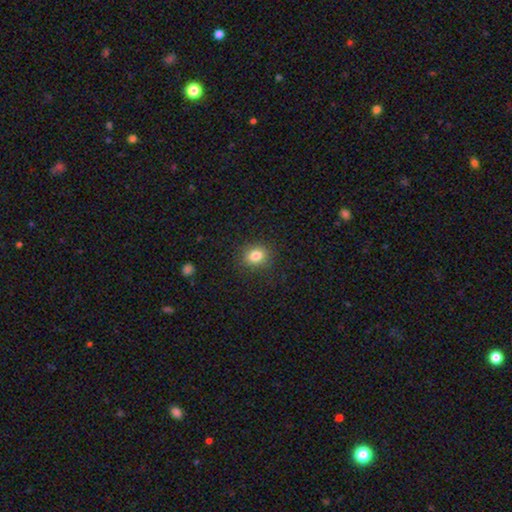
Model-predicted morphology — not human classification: This appears to be a smooth galaxy with no disk features (82%) that is round (52%). Merging: none (87%).